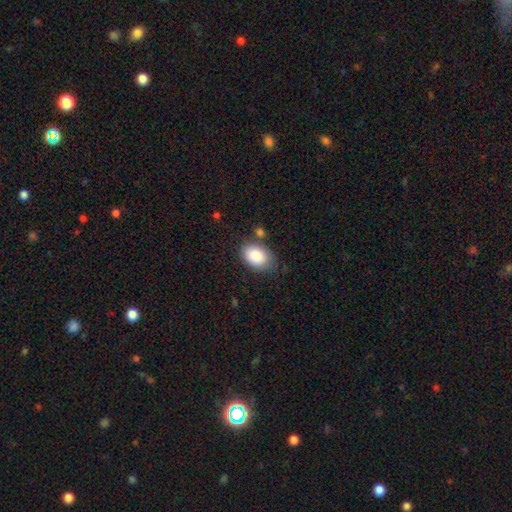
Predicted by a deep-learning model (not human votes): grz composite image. It shows a smooth galaxy with no disk features (87%) that is in between round and cigar-shaped (85%). Merging: none (69%).